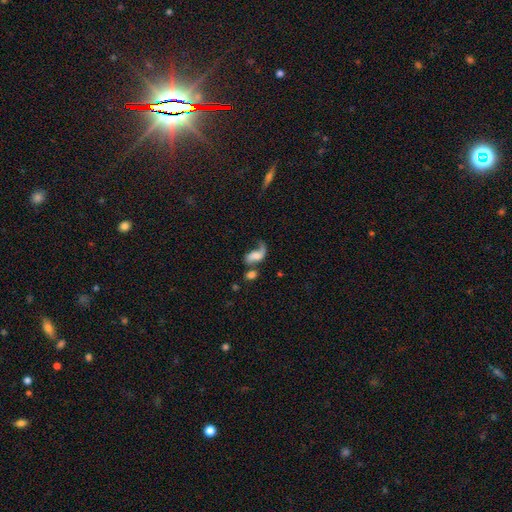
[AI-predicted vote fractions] Smooth or featured: featured or disk — 53% (smooth — 36%)
Edge-on disk: no — 95% (yes — 5%)
Bar: no — 61% (weak — 29%)
Spiral arms: yes — 79% (no — 21%)
Bulge size: none — 32% (small — 26%)
Merging: merger — 30% (major disturbance — 29%)